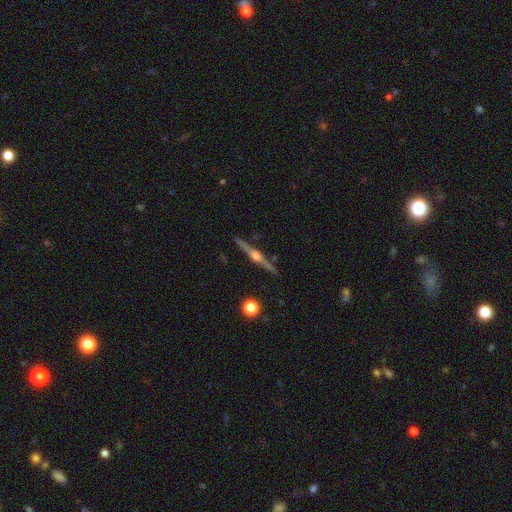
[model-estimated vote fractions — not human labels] featured or disk 87%, smooth 7%, star or artifact 5%. Down the decision tree: edge-on disk — yes (99%); edge-on bulge — rounded (92%); merging — none (92%).